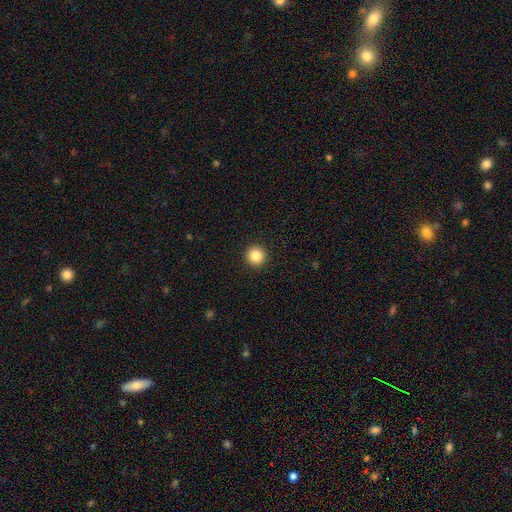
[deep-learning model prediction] The model was most divided on "smooth or featured": smooth: 85%, star or artifact: 10%, featured or disk: 5%. More confident: how rounded — round (95%); merging — none (93%).